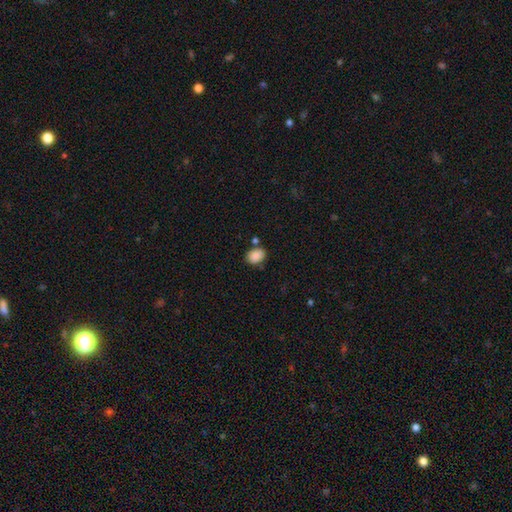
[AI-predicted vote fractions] Smooth or featured? smooth (88%)
How rounded? in between (68%)
Merging? none (73%)